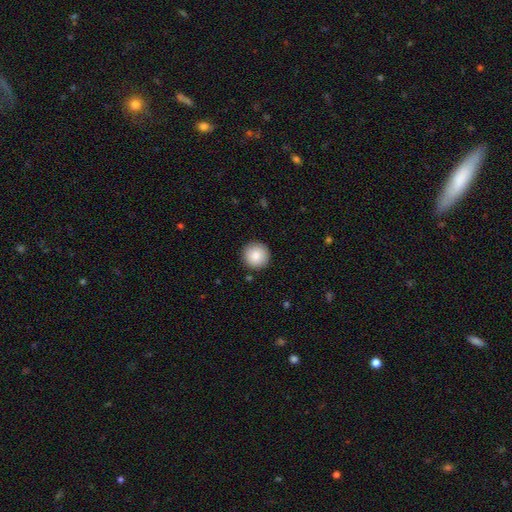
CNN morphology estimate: smooth 86%, star or artifact 8%, featured or disk 6%. Down the decision tree: how rounded — round (96%); merging — none (92%).